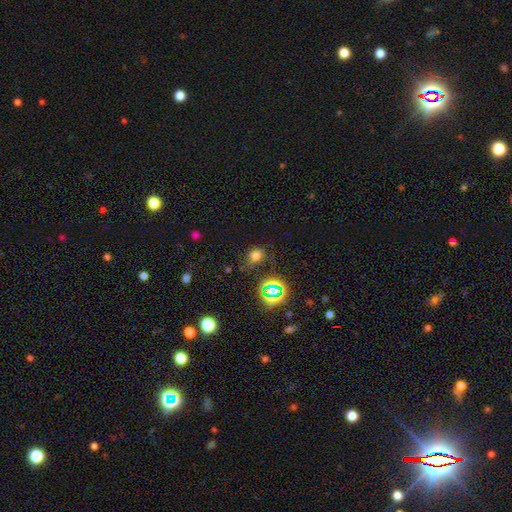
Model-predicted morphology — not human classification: The model was most divided on "how rounded": round: 59%, in between: 40%, cigar-shaped: 1%. More confident: merging — none (71%); smooth or featured — smooth (66%).